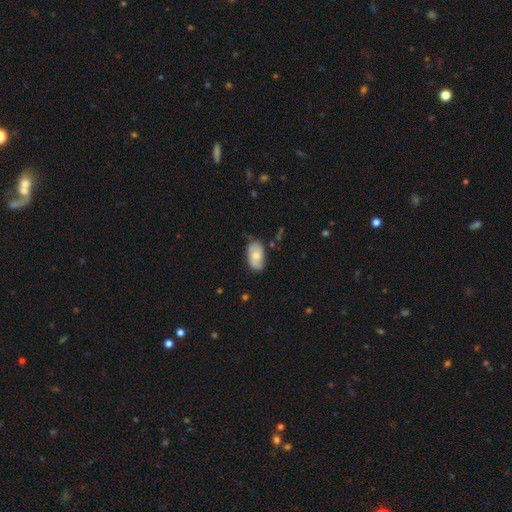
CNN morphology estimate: smooth_or_featured: smooth (p=0.62) [alt: featured or disk p=0.32]
how_rounded: in between (p=0.92) [alt: round p=0.06]
merging: none (p=0.65) [alt: minor disturbance p=0.28]